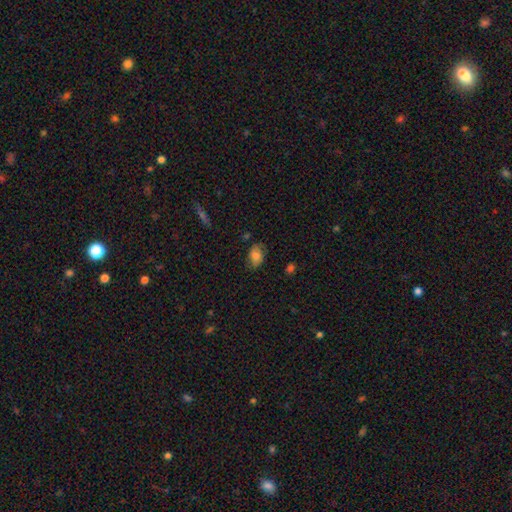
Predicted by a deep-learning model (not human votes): A smooth galaxy with no disk features (72%) that is in between round and cigar-shaped (80%). Merging: none (69%).